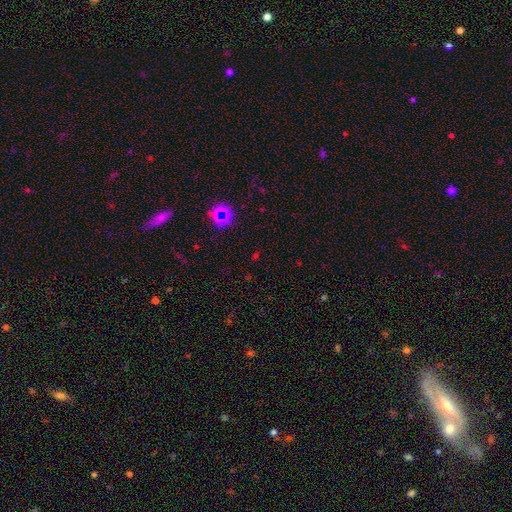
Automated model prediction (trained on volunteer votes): A star or artifact, not a galaxy (64%).

Vote fractions:
- Smooth or featured? star or artifact: 64% / smooth: 28% / featured or disk: 8%